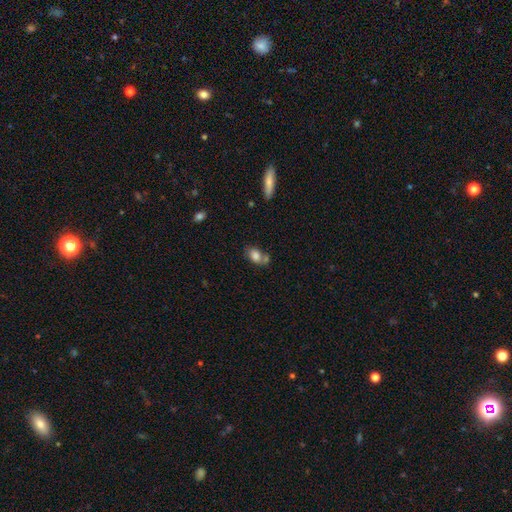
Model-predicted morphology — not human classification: Smooth or featured: smooth — 80% (featured or disk — 11%)
How rounded: in between — 79% (round — 19%)
Merging: none — 44% (merger — 33%)